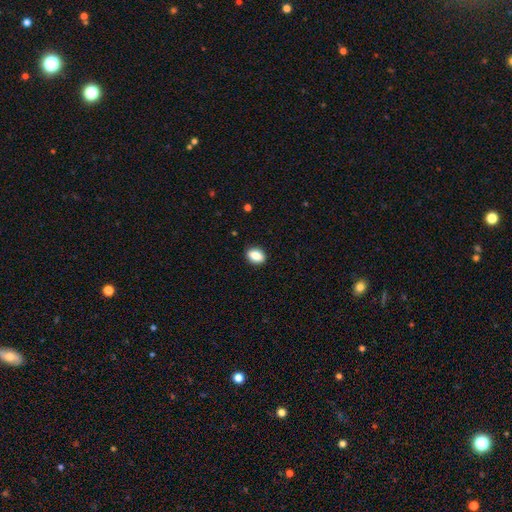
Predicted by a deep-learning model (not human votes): Smooth or featured? Predicted: smooth (p=0.87). How rounded? Predicted: in between (p=0.77). Merging? Predicted: none (p=0.91).